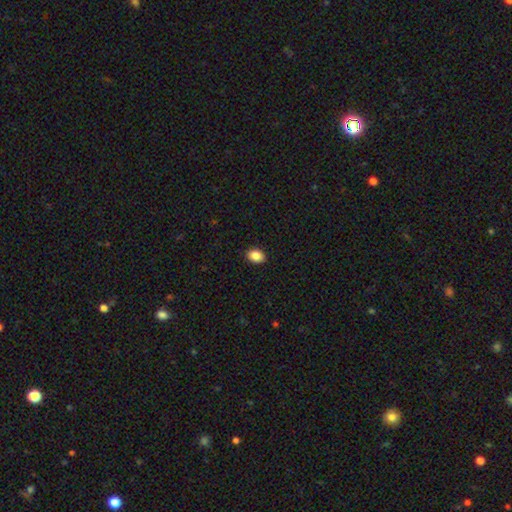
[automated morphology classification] A smooth galaxy with no disk features (87%) that is in between round and cigar-shaped (78%). Merging: none (91%).